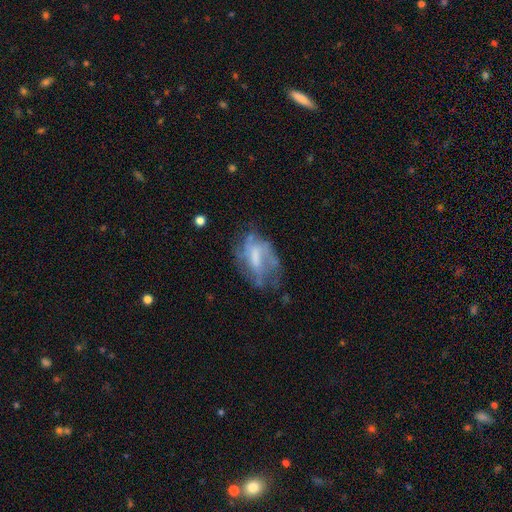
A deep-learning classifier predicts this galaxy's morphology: smooth-or-featured: featured or disk: 60% | smooth: 30% | star or artifact: 10%
  disk-edge-on: no: 95% | yes: 5%
    bar: weak: 42% | no: 39% | strong: 19%
    has-spiral-arms: no: 53% | yes: 47%
    bulge-size: none: 35% | moderate: 32% | small: 22% | large: 10% | dominant: 1%
  merging: none: 44% | major disturbance: 27% | minor disturbance: 25% | merger: 4%